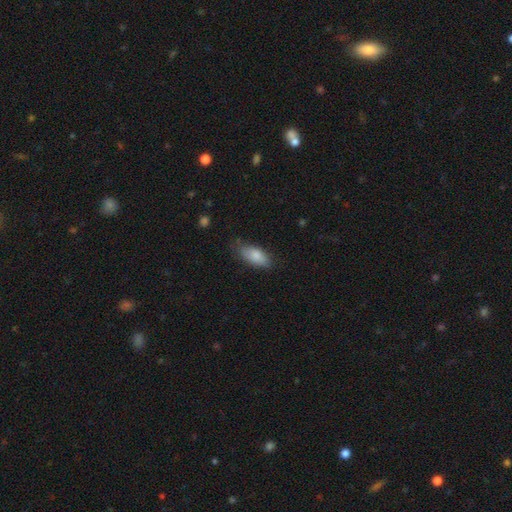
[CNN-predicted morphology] Overall: smooth (84%). How rounded: in between (86%). Merging: none (71%).